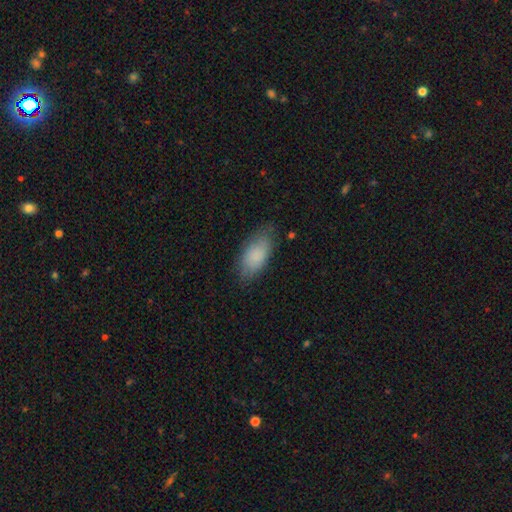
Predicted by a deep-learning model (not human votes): A smooth galaxy with no disk features (85%) that is in between round and cigar-shaped (90%). Merging: none (75%).